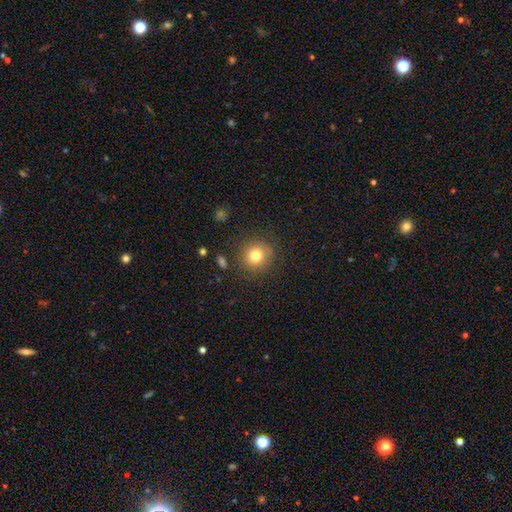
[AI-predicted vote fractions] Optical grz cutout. It shows a smooth galaxy with no disk features (78%) that is round (90%). Merging: none (85%).